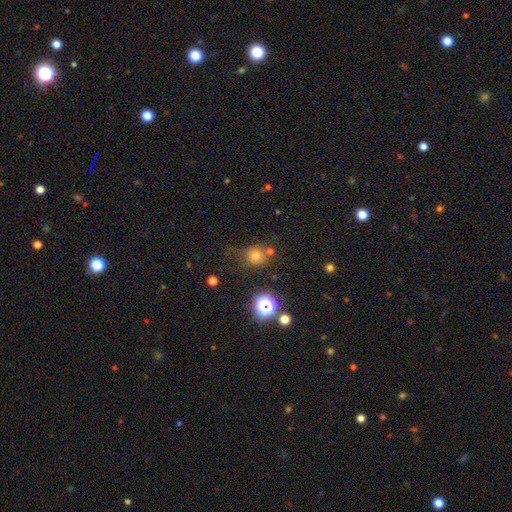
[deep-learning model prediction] smooth-or-featured: smooth: 69% | star or artifact: 22% | featured or disk: 9%
  how-rounded: round: 86% | in between: 13% | cigar-shaped: 1%
  merging: none: 63% | minor disturbance: 19% | merger: 10% | major disturbance: 8%